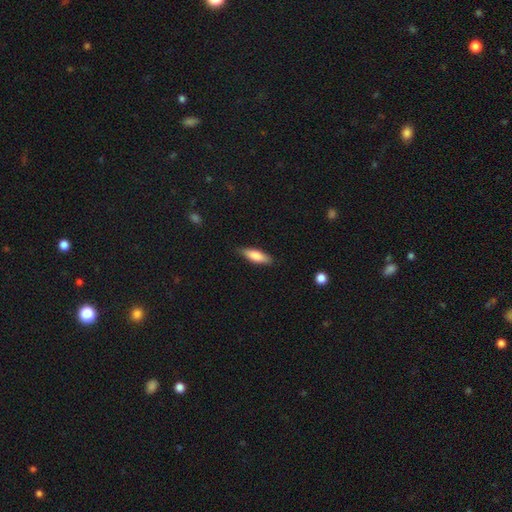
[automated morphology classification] smooth 79%, featured or disk 15%, star or artifact 6%. Down the decision tree: how rounded — in between (52%); merging — none (83%).